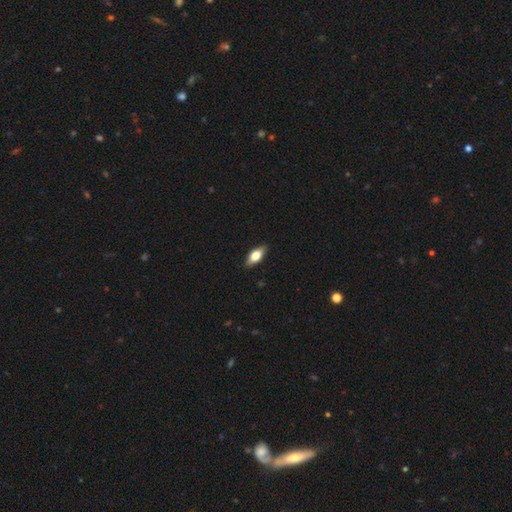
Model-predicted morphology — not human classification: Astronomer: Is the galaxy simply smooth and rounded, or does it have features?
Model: smooth — 64%.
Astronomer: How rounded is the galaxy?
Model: in between — 77%.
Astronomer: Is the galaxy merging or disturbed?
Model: none — 87%.